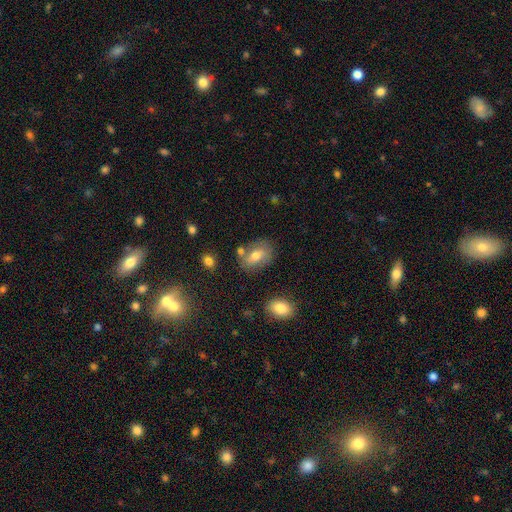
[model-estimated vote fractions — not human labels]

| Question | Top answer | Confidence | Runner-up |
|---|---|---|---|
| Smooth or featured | smooth | 66% | featured or disk (25%) |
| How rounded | in between | 77% | round (20%) |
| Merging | none | 68% | minor disturbance (16%) |